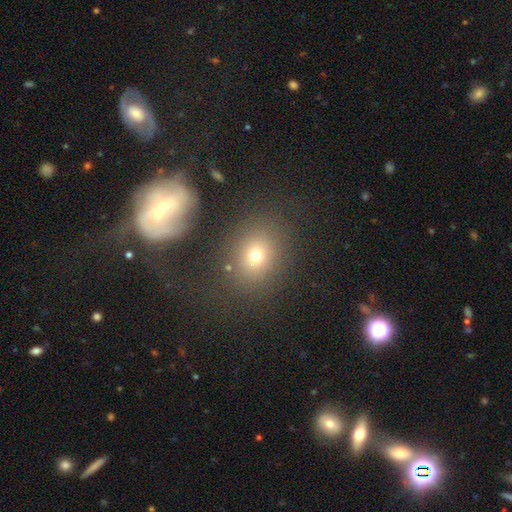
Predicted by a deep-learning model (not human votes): smooth-or-featured: smooth: 71% | star or artifact: 16% | featured or disk: 13%
  how-rounded: round: 56% | in between: 42% | cigar-shaped: 1%
  merging: none: 76% | minor disturbance: 11% | merger: 7% | major disturbance: 6%